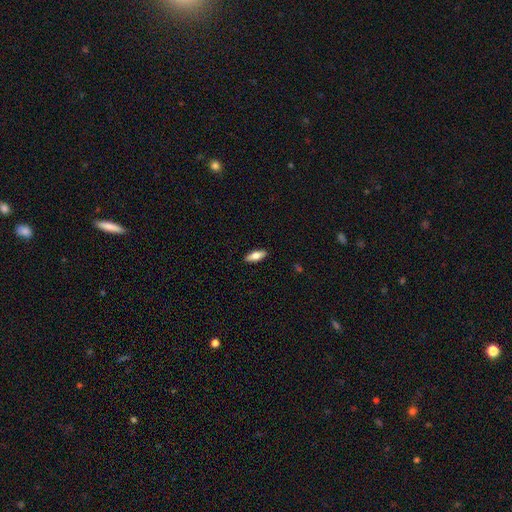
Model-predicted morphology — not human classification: smooth-or-featured: smooth: 72% | featured or disk: 22% | star or artifact: 6%
  how-rounded: in between: 68% | cigar-shaped: 30% | round: 2%
  merging: none: 89% | minor disturbance: 8% | major disturbance: 2% | merger: 1%